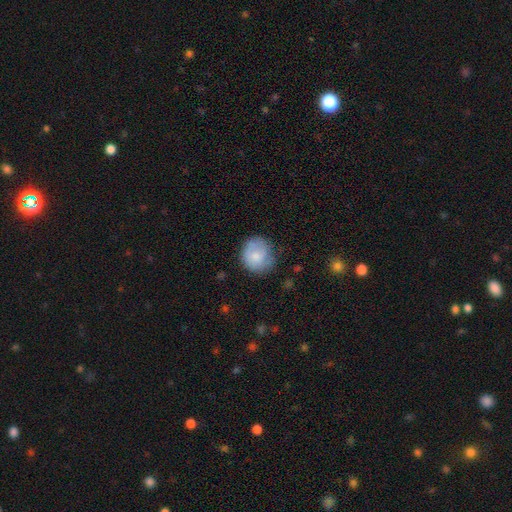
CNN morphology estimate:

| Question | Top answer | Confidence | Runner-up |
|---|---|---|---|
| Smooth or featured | smooth | 74% | featured or disk (19%) |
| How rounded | round | 81% | in between (18%) |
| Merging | none | 67% | minor disturbance (24%) |